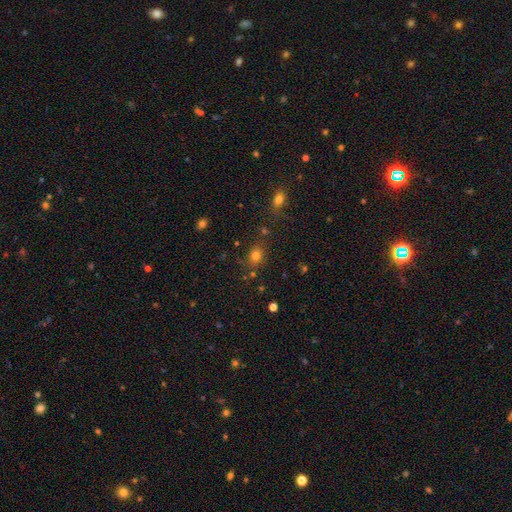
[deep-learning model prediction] Smooth or featured? Predicted: smooth (p=0.76). How rounded? Predicted: round (p=0.56). Merging? Predicted: none (p=0.75).